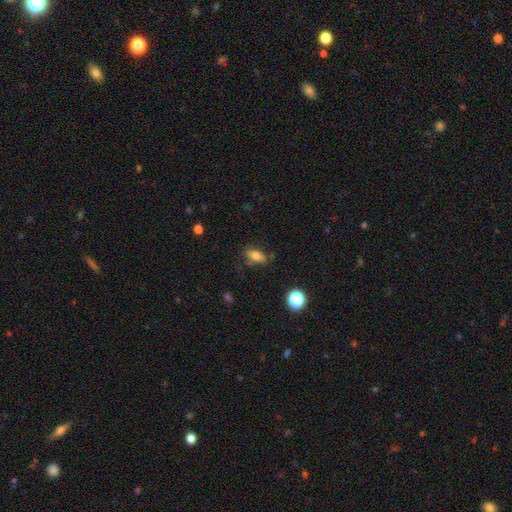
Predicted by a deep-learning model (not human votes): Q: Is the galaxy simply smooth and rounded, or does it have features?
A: smooth — 66%.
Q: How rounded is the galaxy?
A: in between — 76%.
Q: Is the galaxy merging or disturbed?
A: none — 70%.